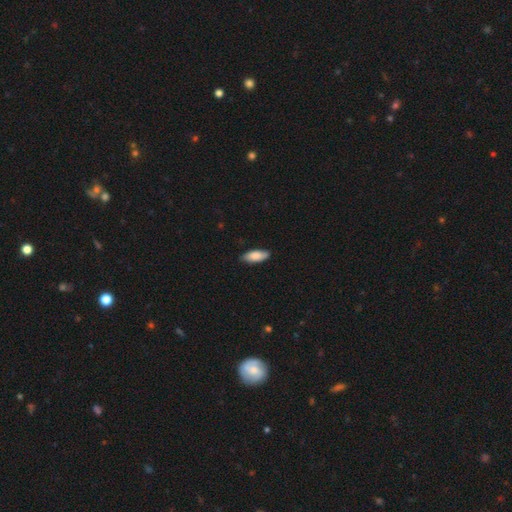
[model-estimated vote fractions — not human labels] Morphology: type=smooth (83%); roundness=in between (79%); merging=none (83%).